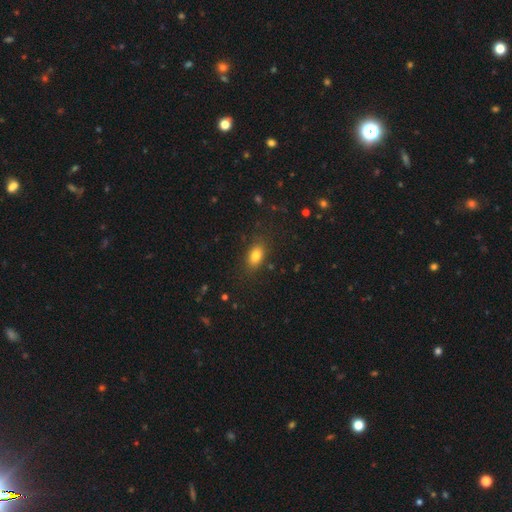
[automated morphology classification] Smooth or featured? Predicted: smooth (p=0.82). How rounded? Predicted: in between (p=0.85). Merging? Predicted: none (p=0.83).